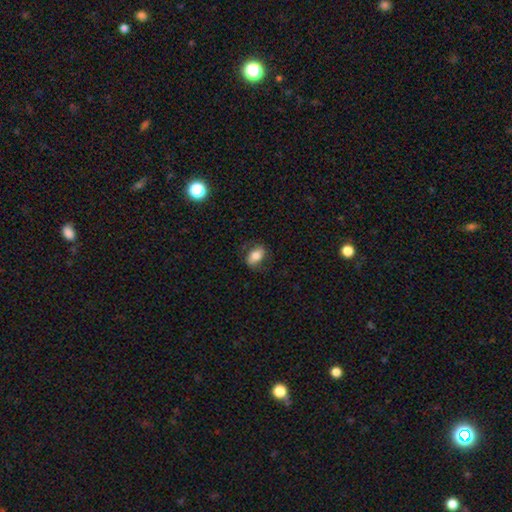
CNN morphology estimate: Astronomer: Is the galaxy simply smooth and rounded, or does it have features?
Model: smooth — 74%.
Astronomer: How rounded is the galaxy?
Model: in between — 85%.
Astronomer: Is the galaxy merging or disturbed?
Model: none — 73%.